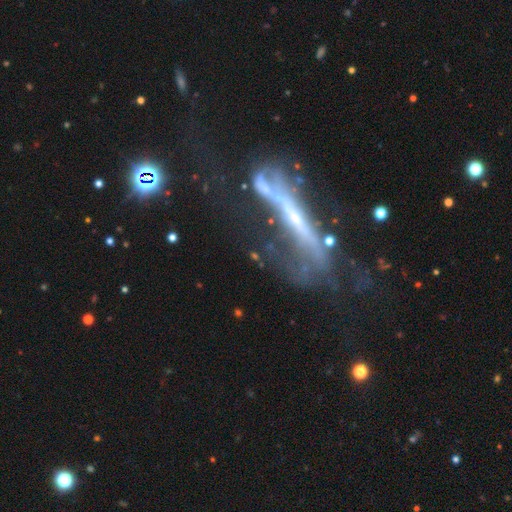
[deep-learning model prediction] This appears to be a featured or disk galaxy (66%) viewed edge-on (58%). Merging: major disturbance (30%, tied with none).